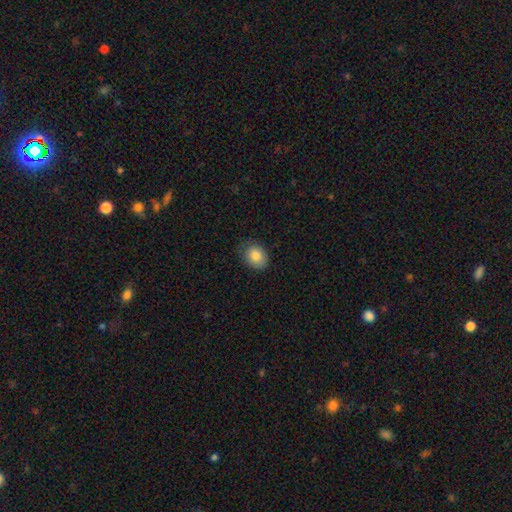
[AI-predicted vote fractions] A smooth galaxy with no disk features (83%) that is in between round and cigar-shaped (51%).

Vote fractions:
- Smooth or featured? smooth: 83% / featured or disk: 9% / star or artifact: 8%
- How rounded? in between: 51% / round: 49% / cigar-shaped: 1%
- Merging? none: 70% / minor disturbance: 23% / major disturbance: 6% / merger: 1%